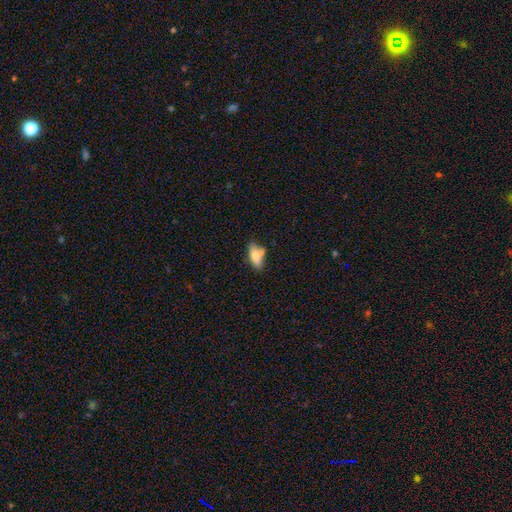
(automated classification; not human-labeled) smooth-or-featured: smooth: 73% | featured or disk: 20% | star or artifact: 7%
  how-rounded: in between: 78% | cigar-shaped: 19% | round: 4%
  merging: none: 56% | minor disturbance: 19% | merger: 19% | major disturbance: 5%